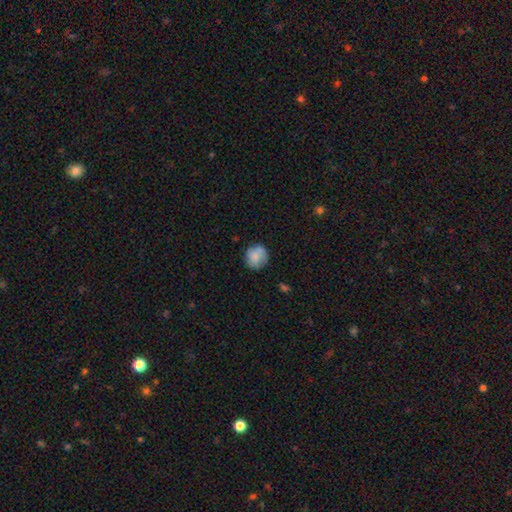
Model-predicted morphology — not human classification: Smooth or featured? smooth (70%)
How rounded? round (85%)
Merging? none (68%)